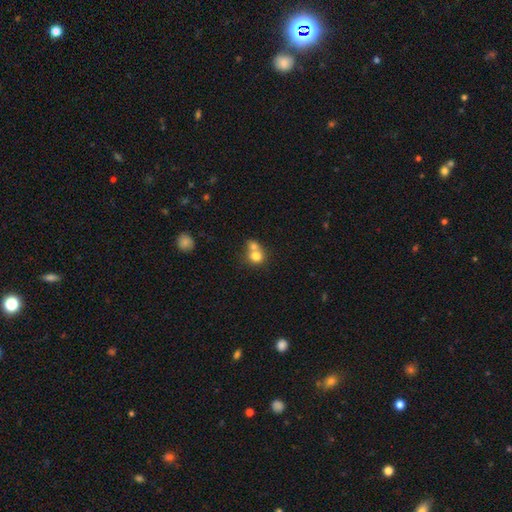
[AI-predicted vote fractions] smooth_or_featured: smooth (p=0.76) [alt: featured or disk p=0.14]
how_rounded: round (p=0.80) [alt: in between p=0.19]
merging: merger (p=0.59) [alt: none p=0.33]